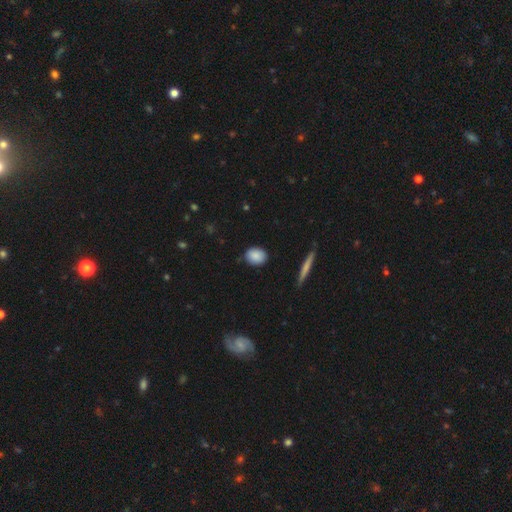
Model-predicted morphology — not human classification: Smooth or featured?
  - smooth: 88% *
  - star or artifact: 7%
  - featured or disk: 5%
How rounded?
  - in between: 55% *
  - round: 42%
  - cigar-shaped: 3%
Merging?
  - none: 86% *
  - minor disturbance: 11%
  - major disturbance: 2%
  - merger: 2%